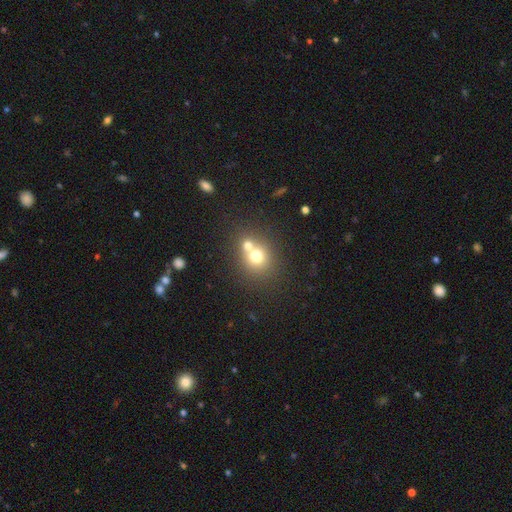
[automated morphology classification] smooth 69%, featured or disk 17%, star or artifact 14%. Down the decision tree: how rounded — round (81%); merging — merger (53%).